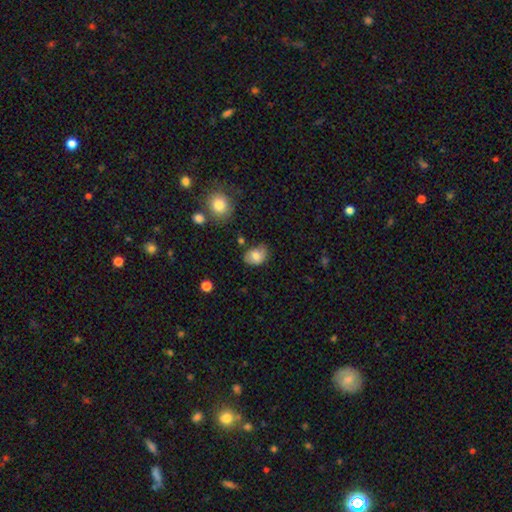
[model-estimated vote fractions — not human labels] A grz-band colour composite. It shows a smooth galaxy with no disk features (74%) that is in between round and cigar-shaped (69%). Merging: none (59%).